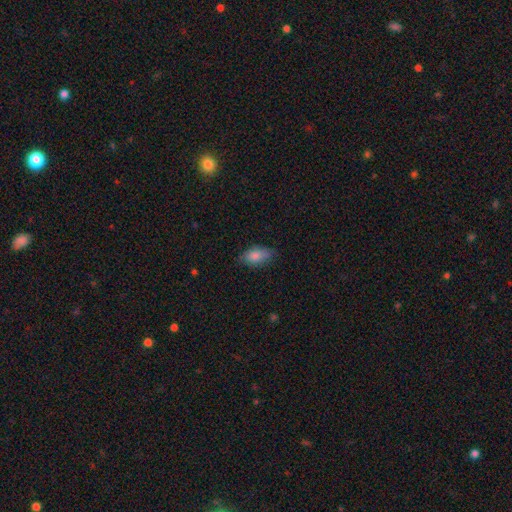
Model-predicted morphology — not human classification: A smooth galaxy with no disk features (82%) that is in between round and cigar-shaped (89%).

Vote fractions:
- Smooth or featured? smooth: 82% / featured or disk: 11% / star or artifact: 7%
- How rounded? in between: 89% / cigar-shaped: 6% / round: 5%
- Merging? none: 75% / minor disturbance: 20% / major disturbance: 4% / merger: 1%